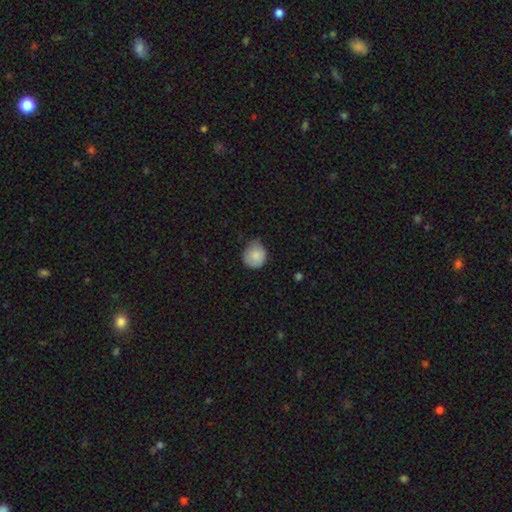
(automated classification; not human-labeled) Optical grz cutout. It shows a smooth galaxy with no disk features (83%) that is round (85%). Merging: none (56%).